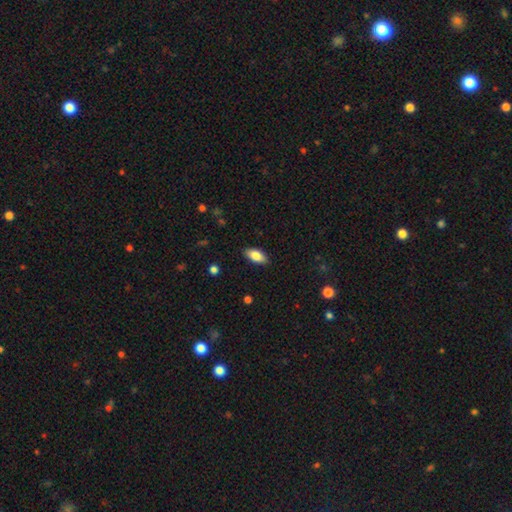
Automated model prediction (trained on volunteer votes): Smooth or featured?
  - smooth: 79% *
  - featured or disk: 14%
  - star or artifact: 7%
How rounded?
  - in between: 90% *
  - cigar-shaped: 7%
  - round: 3%
Merging?
  - none: 87% *
  - minor disturbance: 10%
  - major disturbance: 2%
  - merger: 1%